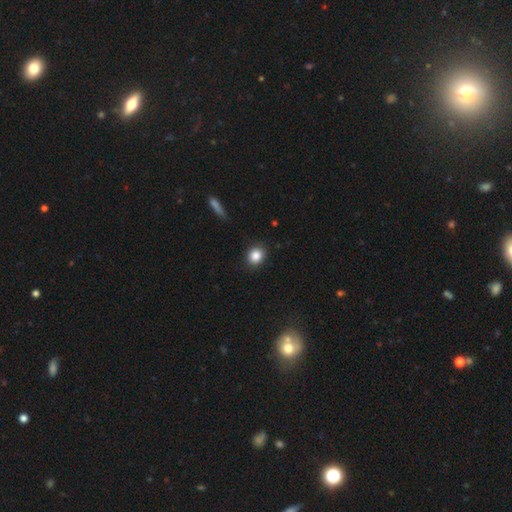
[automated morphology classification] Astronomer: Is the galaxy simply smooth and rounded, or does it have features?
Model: smooth — 86%.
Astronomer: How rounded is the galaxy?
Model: round — 70%.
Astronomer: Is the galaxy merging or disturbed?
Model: none — 88%.